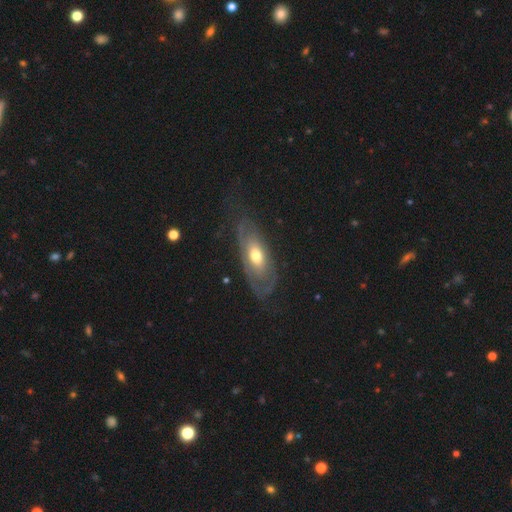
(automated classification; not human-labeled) Overall: featured or disk (64%; smooth 30%). Edge-on disk: no (83%). Bar: no (83%). Spiral arms: yes (53%; no 47%). Bulge size: moderate (71%). Merging: none (65%).